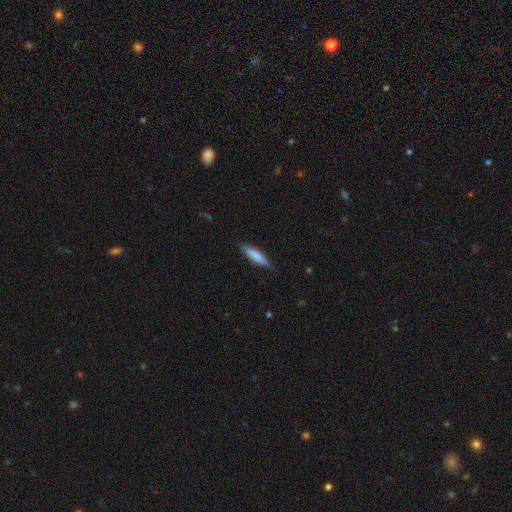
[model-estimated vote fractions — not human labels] This appears to be a smooth galaxy with no disk features (72%) that is cigar-shaped (84%). Merging: none (86%).